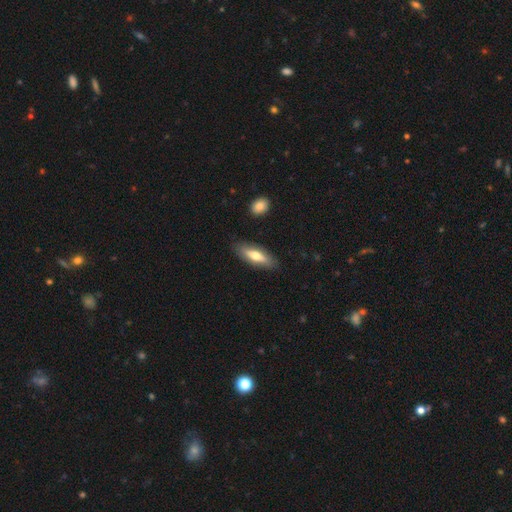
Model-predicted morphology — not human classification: Smooth or featured? Predicted: smooth (p=0.61). How rounded? Predicted: in between (p=0.50). Merging? Predicted: none (p=0.85).